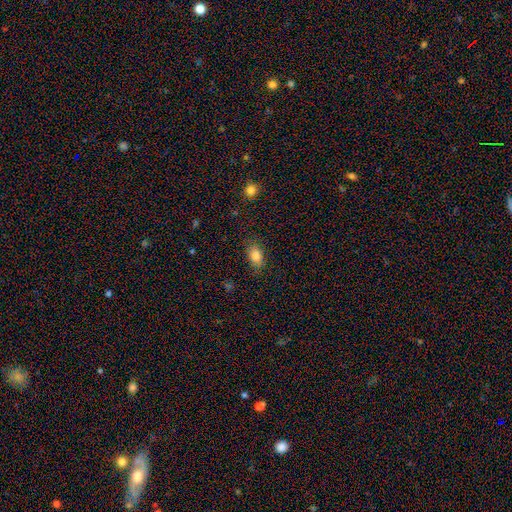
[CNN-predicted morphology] Overall: smooth (83%). How rounded: in between (86%). Merging: none (82%).